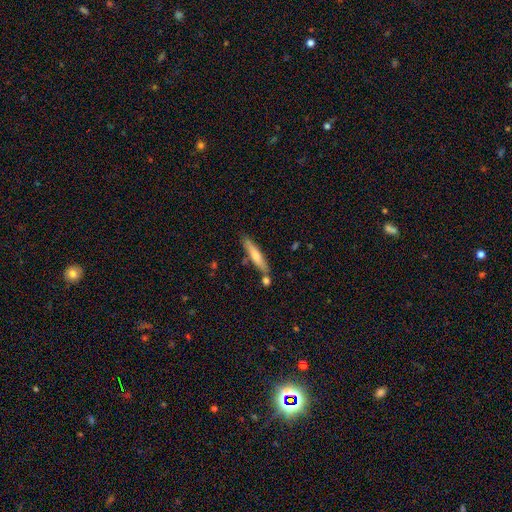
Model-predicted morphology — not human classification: A smooth galaxy with no disk features (63%) that is cigar-shaped (88%). Merging: none (72%).